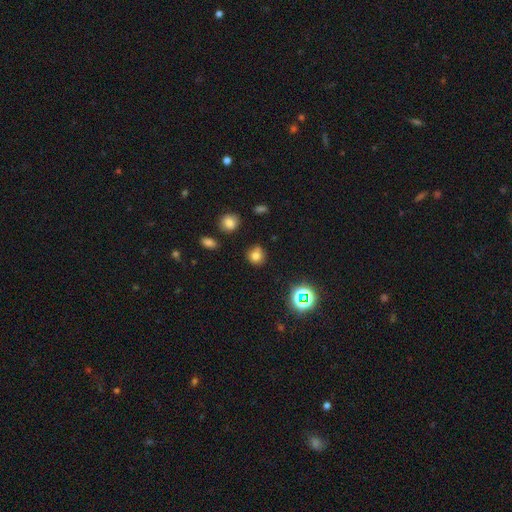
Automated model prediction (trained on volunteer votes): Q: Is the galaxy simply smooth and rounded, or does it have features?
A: smooth — 72%.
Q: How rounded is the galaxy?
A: round — 87%.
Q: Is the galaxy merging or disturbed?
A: none — 77%.